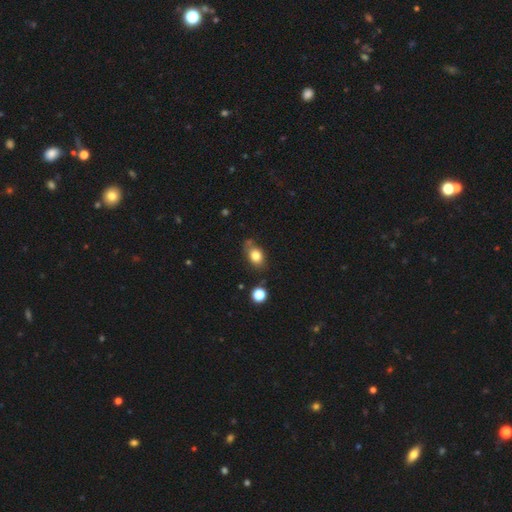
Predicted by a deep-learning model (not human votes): Overall: smooth (80%). How rounded: in between (71%). Merging: none (65%).